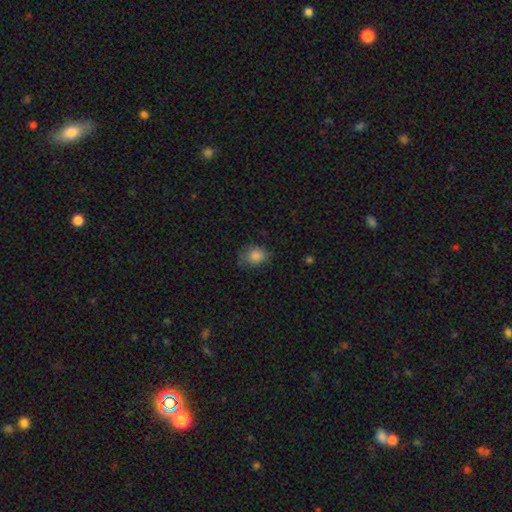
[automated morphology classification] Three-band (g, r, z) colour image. It shows a smooth galaxy with no disk features (83%) that is round (50%, tied with in between). Merging: none (66%).